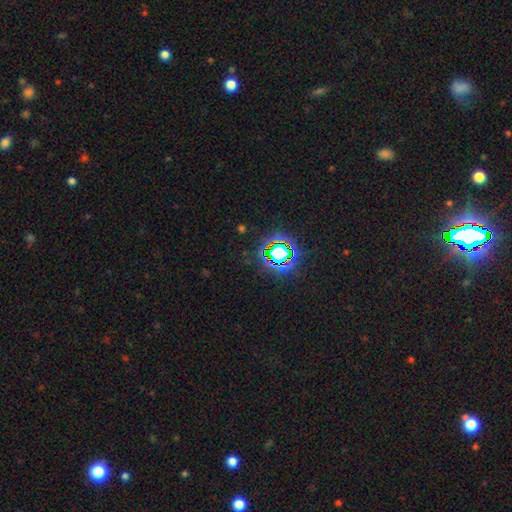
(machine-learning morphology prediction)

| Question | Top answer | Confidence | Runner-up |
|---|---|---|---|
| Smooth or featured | star or artifact | 79% | smooth (13%) |